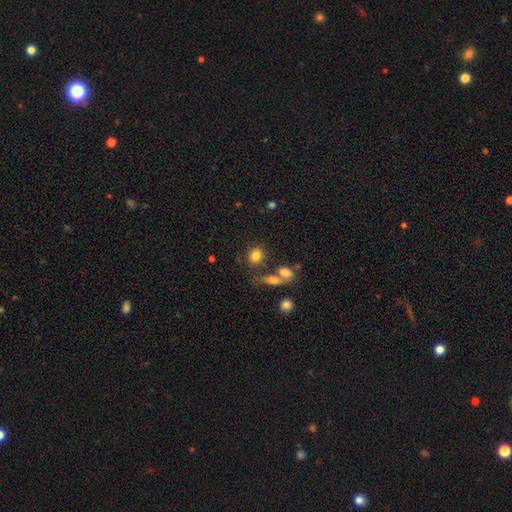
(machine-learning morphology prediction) Overall: smooth (82%). How rounded: round (54%; in between 44%). Merging: none (67%).